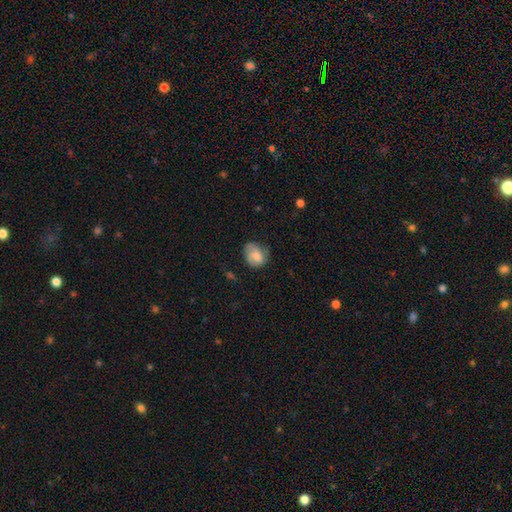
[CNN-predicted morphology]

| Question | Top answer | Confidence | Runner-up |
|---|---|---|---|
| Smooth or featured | smooth | 63% | featured or disk (29%) |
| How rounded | round | 50% | in between (49%) |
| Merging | none | 55% | minor disturbance (30%) |